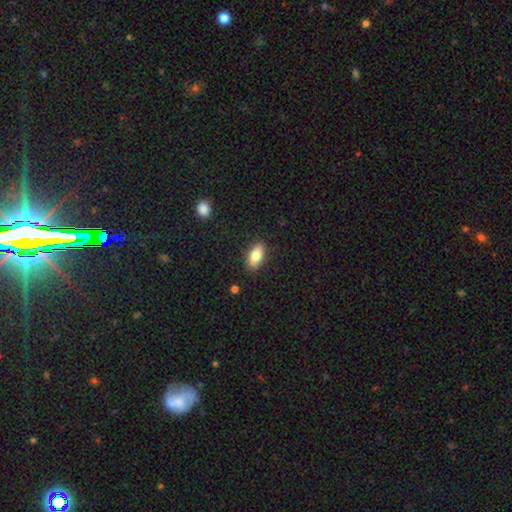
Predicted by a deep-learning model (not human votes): Q: Smooth or featured?
A: smooth (80%); runner-up: featured or disk (13%)
Q: How rounded?
A: in between (87%); runner-up: cigar-shaped (10%)
Q: Merging?
A: none (87%); runner-up: minor disturbance (9%)